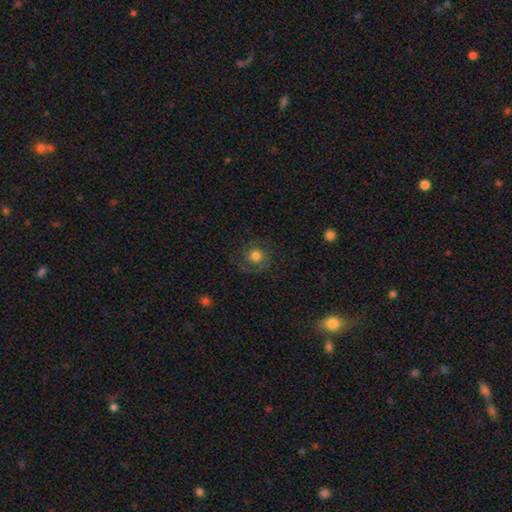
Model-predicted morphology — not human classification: This is possibly a smooth galaxy (48%). Merging: likely none (75%).